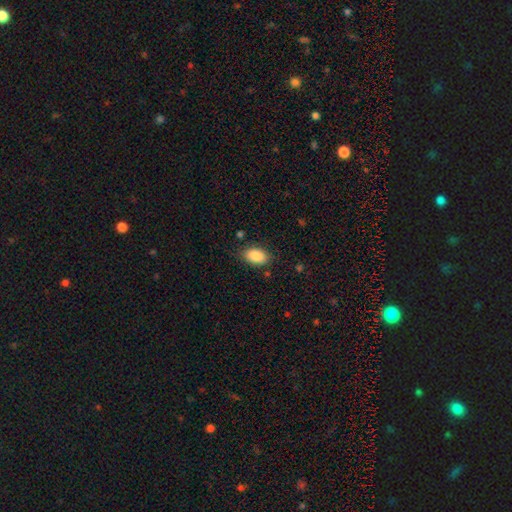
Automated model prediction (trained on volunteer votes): Smooth or featured? smooth (88%)
How rounded? in between (92%)
Merging? none (82%)